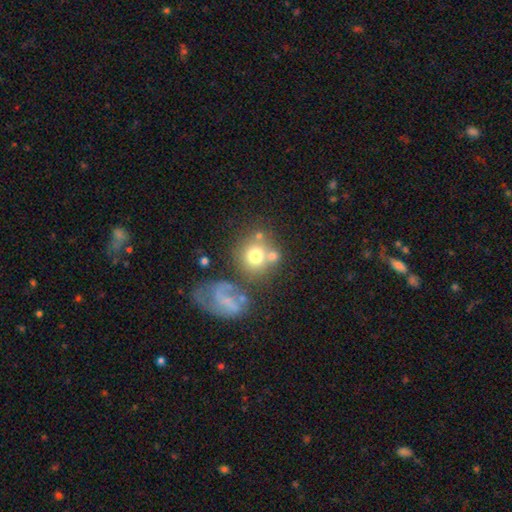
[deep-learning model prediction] smooth_or_featured: smooth (p=0.67) [alt: featured or disk p=0.22]
how_rounded: round (p=0.82) [alt: in between p=0.16]
merging: none (p=0.51) [alt: merger p=0.26]